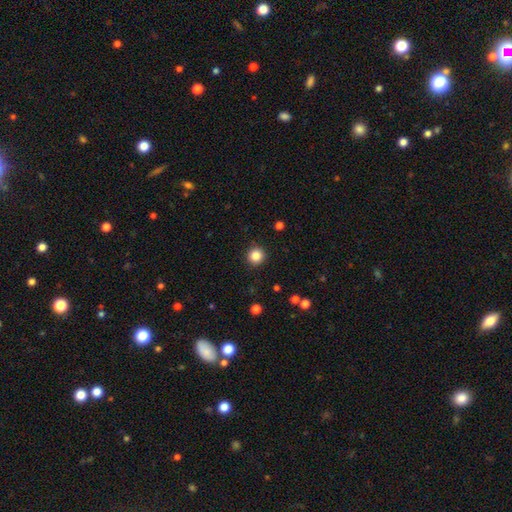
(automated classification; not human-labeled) smooth-or-featured: smooth: 85% | star or artifact: 11% | featured or disk: 4%
  how-rounded: round: 95% | in between: 4% | cigar-shaped: 1%
  merging: none: 92% | minor disturbance: 5% | major disturbance: 2% | merger: 1%